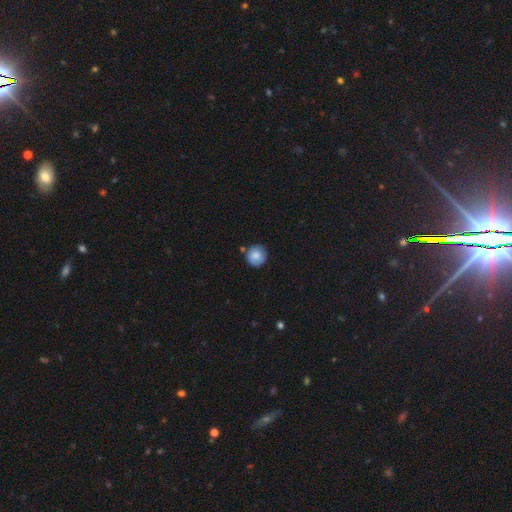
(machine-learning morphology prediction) This is clearly a smooth galaxy (81%). How rounded: clearly round (92%). Merging: likely none (79%).